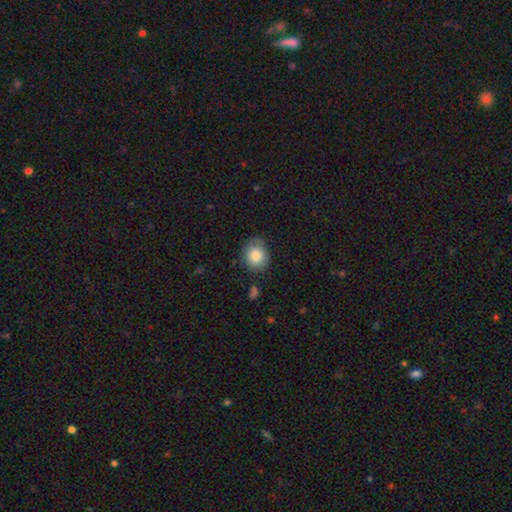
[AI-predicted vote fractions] The model was most divided on "how rounded": round: 67%, in between: 32%, cigar-shaped: 1%. More confident: smooth or featured — smooth (84%); merging — none (69%).